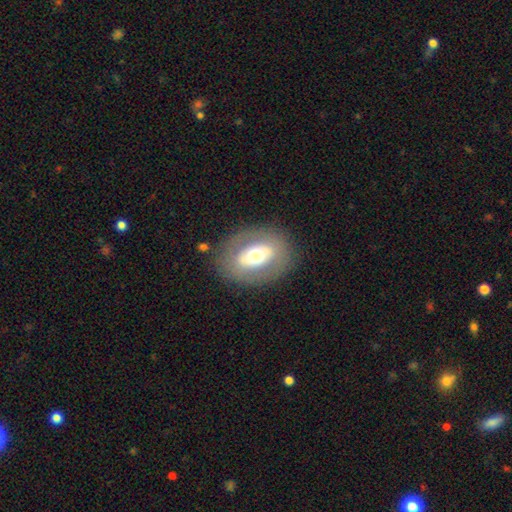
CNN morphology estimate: smooth 47%, featured or disk 45%, star or artifact 8%. Down the decision tree: merging — none (80%).